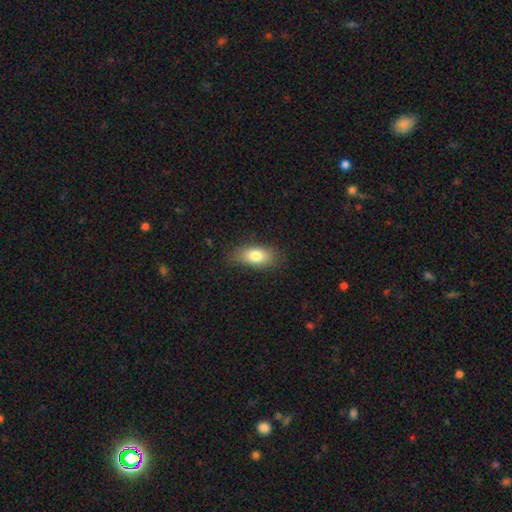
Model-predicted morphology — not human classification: Smooth or featured?
  - smooth: 80% *
  - featured or disk: 12%
  - star or artifact: 8%
How rounded?
  - in between: 87% *
  - cigar-shaped: 8%
  - round: 6%
Merging?
  - none: 78% *
  - minor disturbance: 17%
  - major disturbance: 4%
  - merger: 1%